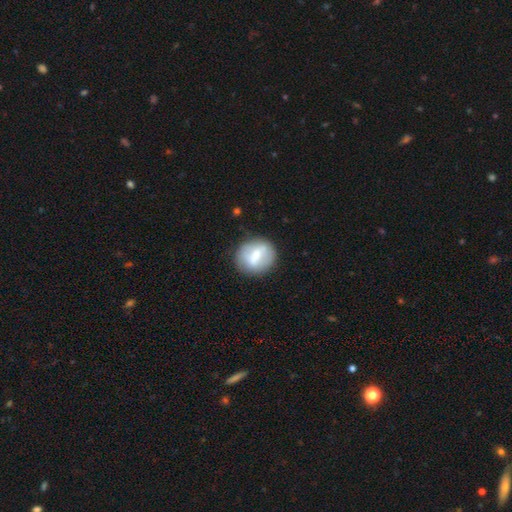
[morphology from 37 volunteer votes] A smooth galaxy with no disk features (59%) that is round (77%). Merging: none (75%).